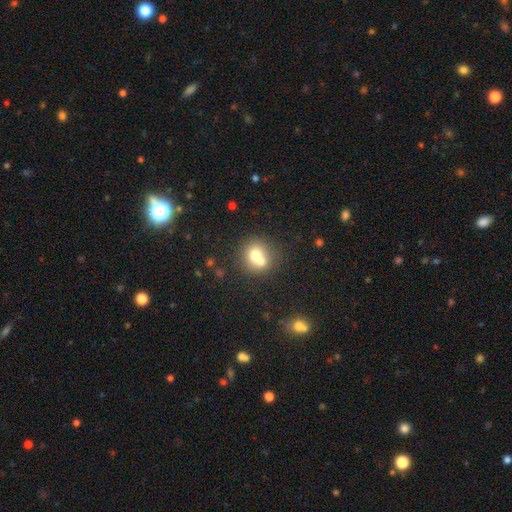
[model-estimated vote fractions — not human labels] Smooth or featured: smooth — 69% (featured or disk — 20%)
How rounded: round — 85% (in between — 14%)
Merging: merger — 47% (none — 43%)